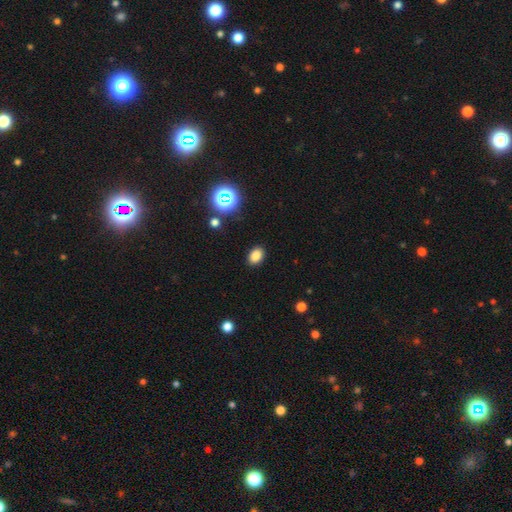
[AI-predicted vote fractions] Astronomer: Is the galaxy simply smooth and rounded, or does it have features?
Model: smooth — 82%.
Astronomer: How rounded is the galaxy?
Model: in between — 78%.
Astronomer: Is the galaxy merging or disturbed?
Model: none — 89%.